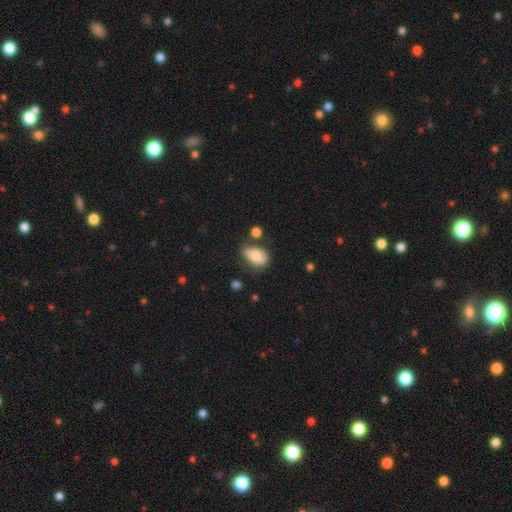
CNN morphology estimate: type=smooth (72%); roundness=in between (80%); merging=none (48%).